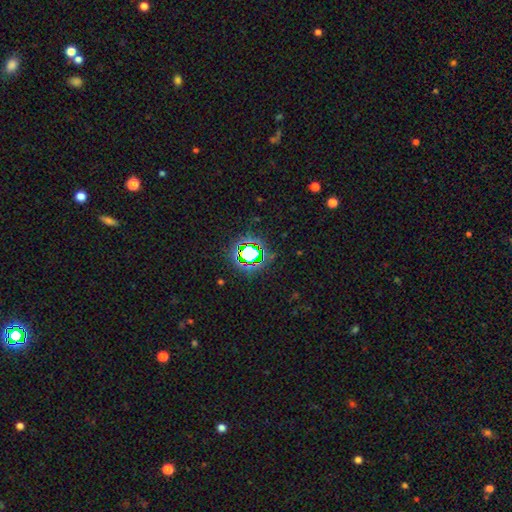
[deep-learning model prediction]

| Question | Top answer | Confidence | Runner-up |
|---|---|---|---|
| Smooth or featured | star or artifact | 69% | smooth (19%) |